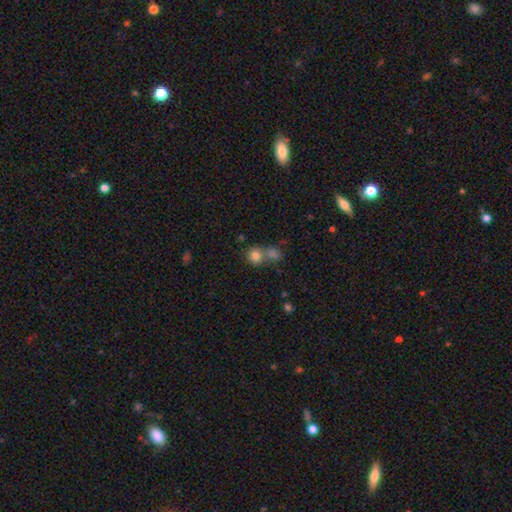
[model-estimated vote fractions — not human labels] The model was most divided on "merging" (2-way tie): none: 44%, merger: 44%, minor disturbance: 8%, major disturbance: 4%. More confident: smooth or featured — smooth (80%); how rounded — round (79%).